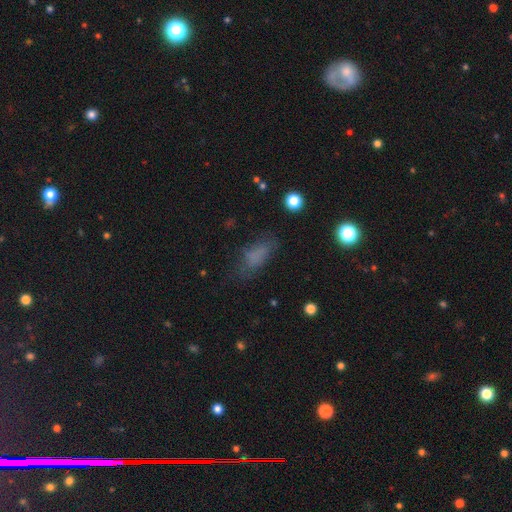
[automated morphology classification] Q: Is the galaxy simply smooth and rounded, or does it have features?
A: smooth — 69%.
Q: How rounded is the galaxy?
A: in between — 76%.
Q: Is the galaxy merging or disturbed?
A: none — 56%.